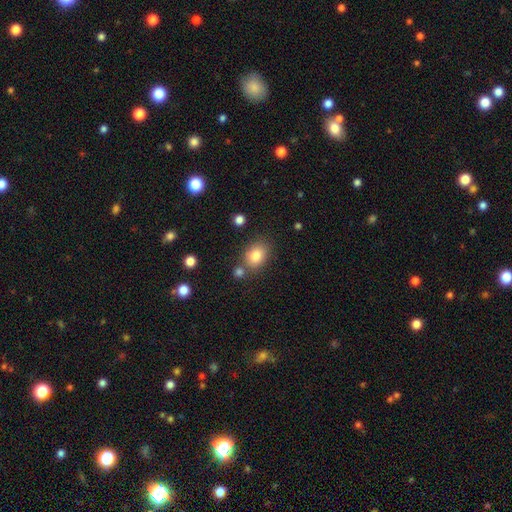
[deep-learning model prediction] A smooth galaxy with no disk features (82%) that is in between round and cigar-shaped (63%).

Vote fractions:
- Smooth or featured? smooth: 82% / star or artifact: 10% / featured or disk: 8%
- How rounded? in between: 63% / round: 36% / cigar-shaped: 1%
- Merging? none: 70% / merger: 13% / minor disturbance: 13% / major disturbance: 4%